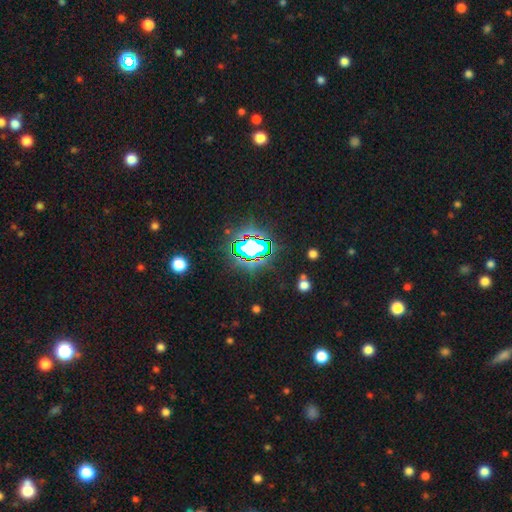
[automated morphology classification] A star or artifact, not a galaxy (75%).

Vote fractions:
- Smooth or featured? star or artifact: 75% / smooth: 15% / featured or disk: 10%